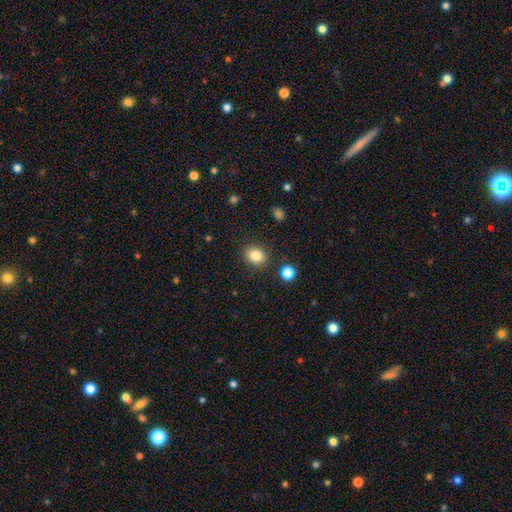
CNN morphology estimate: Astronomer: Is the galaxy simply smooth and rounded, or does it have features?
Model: smooth — 83%.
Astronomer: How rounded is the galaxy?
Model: round — 55% (runner-up: in between, 44%).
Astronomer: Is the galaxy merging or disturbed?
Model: none — 86%.